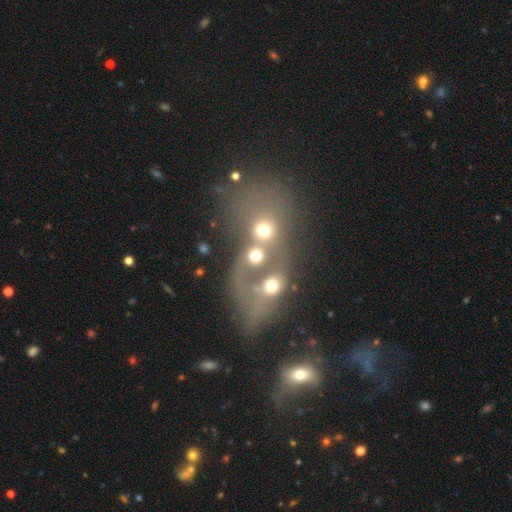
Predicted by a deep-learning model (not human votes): Q: Smooth or featured?
A: smooth (56%); runner-up: featured or disk (27%)
Q: How rounded?
A: round (64%); runner-up: in between (34%)
Q: Merging?
A: merger (72%); runner-up: none (14%)